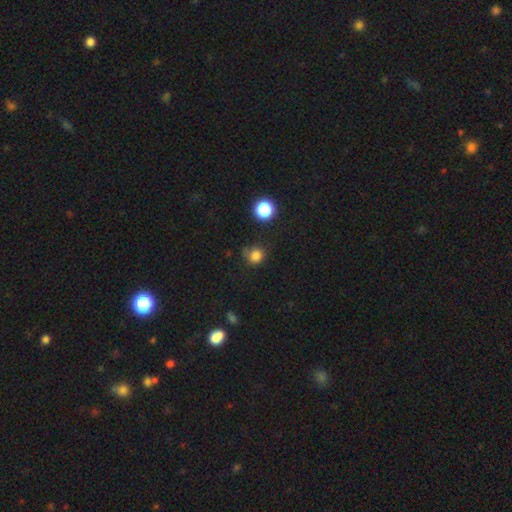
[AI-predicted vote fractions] Q: Smooth or featured?
A: smooth (80%); runner-up: star or artifact (15%)
Q: How rounded?
A: round (85%); runner-up: in between (14%)
Q: Merging?
A: none (63%); runner-up: minor disturbance (23%)